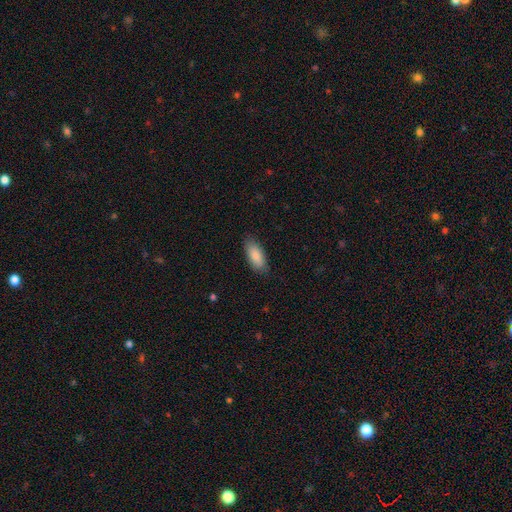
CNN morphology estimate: This appears to be a smooth galaxy with no disk features (87%) that is in between round and cigar-shaped (83%). Merging: none (84%).